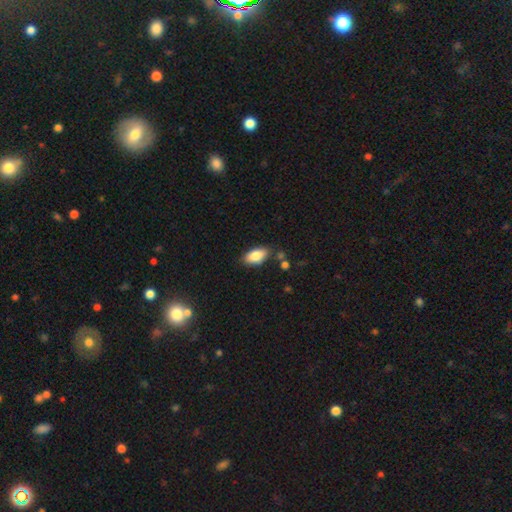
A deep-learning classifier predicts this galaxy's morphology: smooth_or_featured: smooth (p=0.85) [alt: featured or disk p=0.08]
how_rounded: in between (p=0.92) [alt: cigar-shaped p=0.05]
merging: none (p=0.80) [alt: minor disturbance p=0.13]